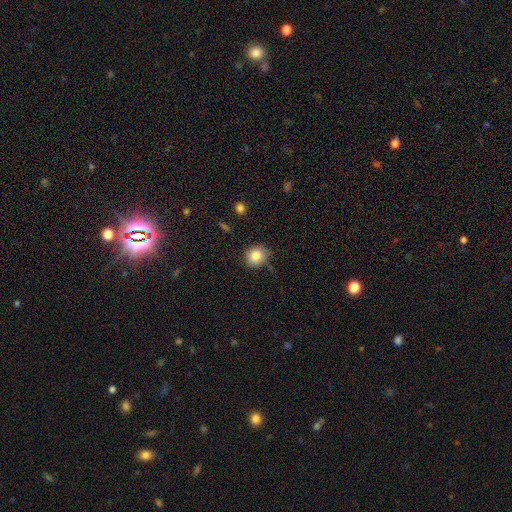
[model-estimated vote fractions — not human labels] Smooth or featured: smooth — 84% (star or artifact — 10%)
How rounded: round — 80% (in between — 19%)
Merging: none — 81% (minor disturbance — 14%)